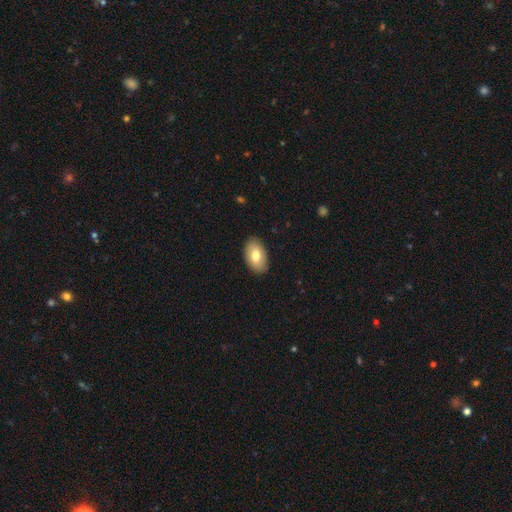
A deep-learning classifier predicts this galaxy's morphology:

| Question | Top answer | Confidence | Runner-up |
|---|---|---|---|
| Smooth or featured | smooth | 76% | featured or disk (18%) |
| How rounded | in between | 92% | round (6%) |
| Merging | none | 87% | minor disturbance (10%) |